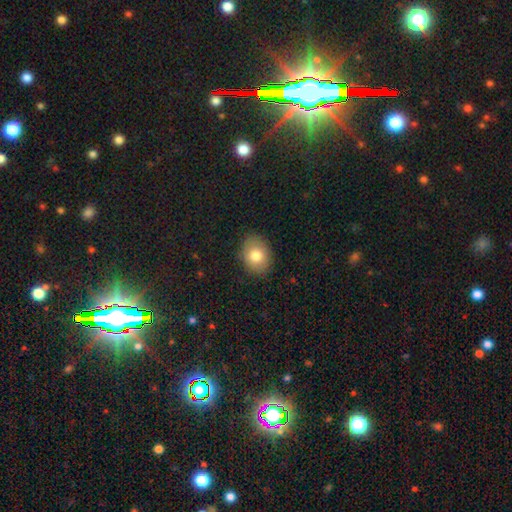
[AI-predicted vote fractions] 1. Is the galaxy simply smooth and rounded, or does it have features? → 79% smooth, 12% featured or disk, 8% star or artifact.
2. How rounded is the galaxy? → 65% in between, 34% round, 1% cigar-shaped.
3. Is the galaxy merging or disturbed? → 87% none, 10% minor disturbance, 2% major disturbance, 1% merger.